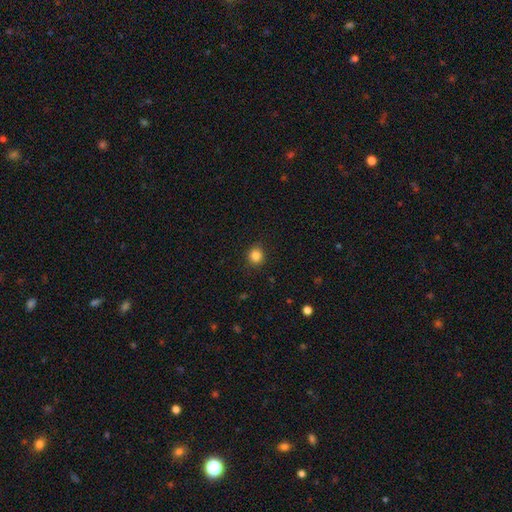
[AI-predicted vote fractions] Overall: smooth (84%). How rounded: round (88%). Merging: none (90%).